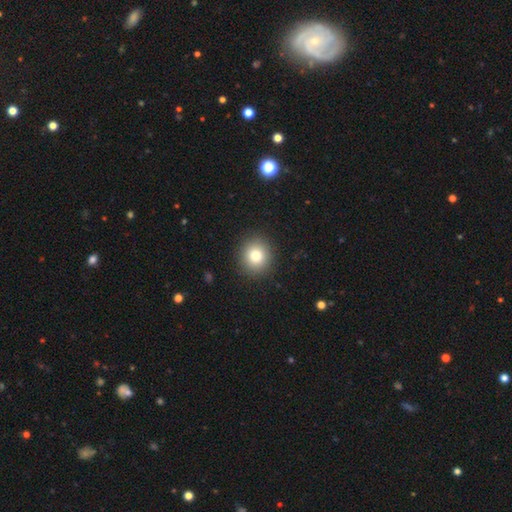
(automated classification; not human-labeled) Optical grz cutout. It shows a smooth galaxy with no disk features (80%) that is round (88%). Merging: none (91%).